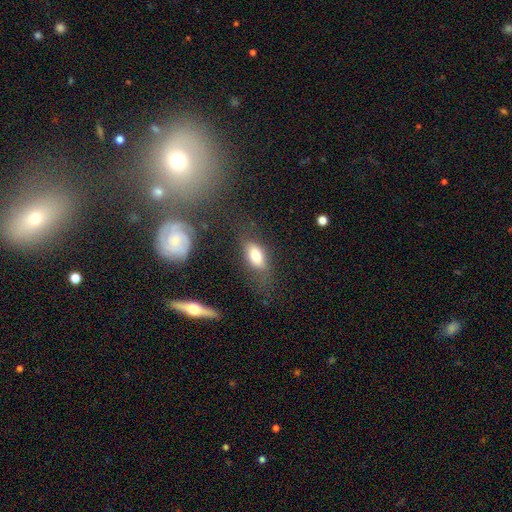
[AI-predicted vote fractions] Smooth or featured? Predicted: smooth (p=0.77). How rounded? Predicted: in between (p=0.85). Merging? Predicted: none (p=0.64).